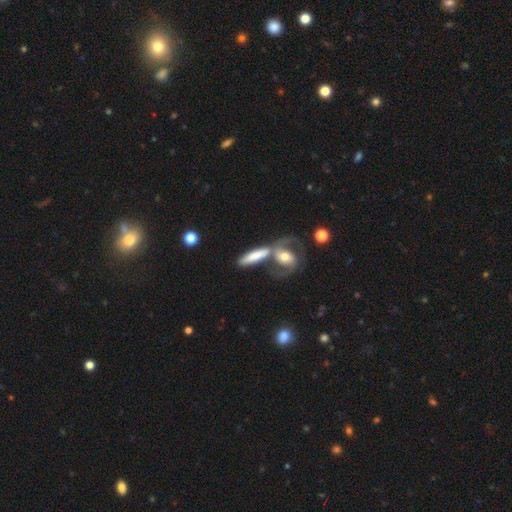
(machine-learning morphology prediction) Smooth or featured: smooth — 51% (featured or disk — 43%)
How rounded: cigar-shaped — 64% (in between — 31%)
Merging: none — 41% (merger — 40%)